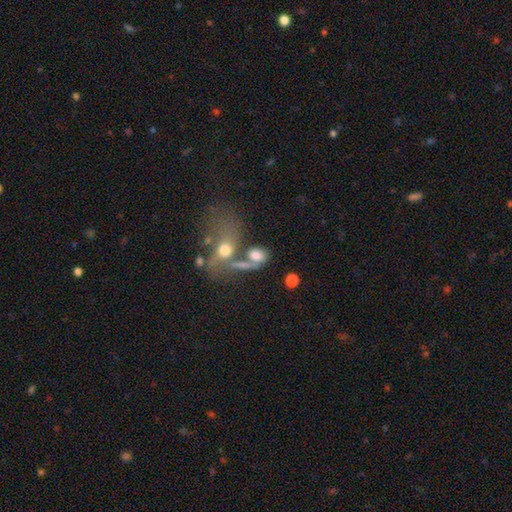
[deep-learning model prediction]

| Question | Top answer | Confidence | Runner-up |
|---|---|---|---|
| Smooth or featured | smooth | 70% | featured or disk (19%) |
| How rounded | in between | 66% | round (29%) |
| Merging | merger | 44% | none (31%) |